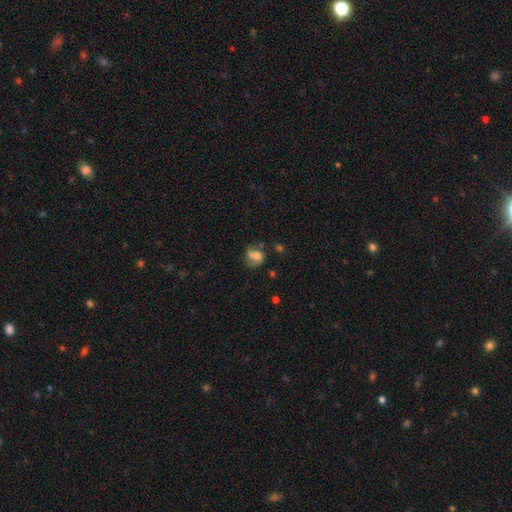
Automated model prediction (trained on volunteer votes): Q: Smooth or featured?
A: smooth (54%); runner-up: featured or disk (33%)
Q: How rounded?
A: round (52%); runner-up: in between (47%)
Q: Merging?
A: none (36%); runner-up: minor disturbance (24%)